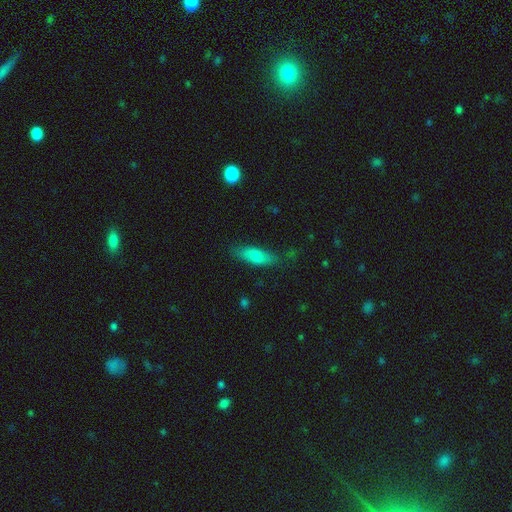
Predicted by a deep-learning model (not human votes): This appears to be a smooth galaxy with no disk features (74%) that is in between round and cigar-shaped (60%). Merging: none (73%).